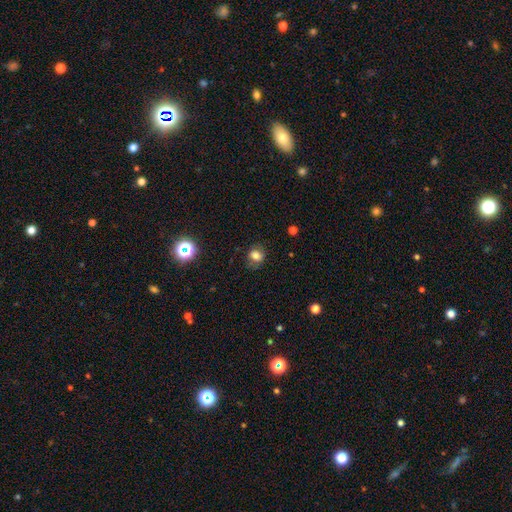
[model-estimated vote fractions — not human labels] The model was most divided on "how rounded": round: 51%, in between: 47%, cigar-shaped: 1%. More confident: merging — none (76%); smooth or featured — smooth (74%).